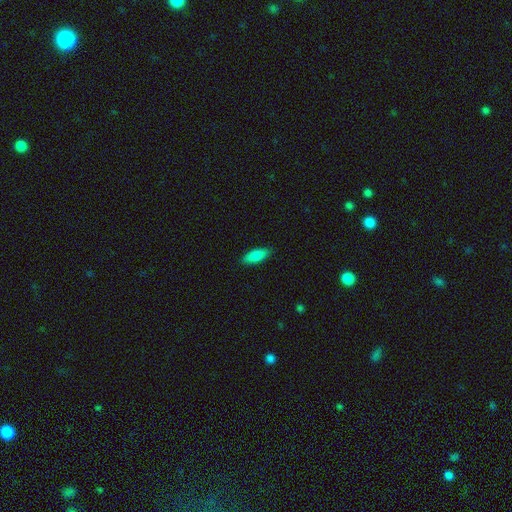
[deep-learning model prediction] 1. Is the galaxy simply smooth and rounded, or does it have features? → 85% smooth, 9% featured or disk, 6% star or artifact.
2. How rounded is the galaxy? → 69% in between, 29% cigar-shaped, 2% round.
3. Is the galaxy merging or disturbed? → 87% none, 10% minor disturbance, 2% major disturbance, 1% merger.